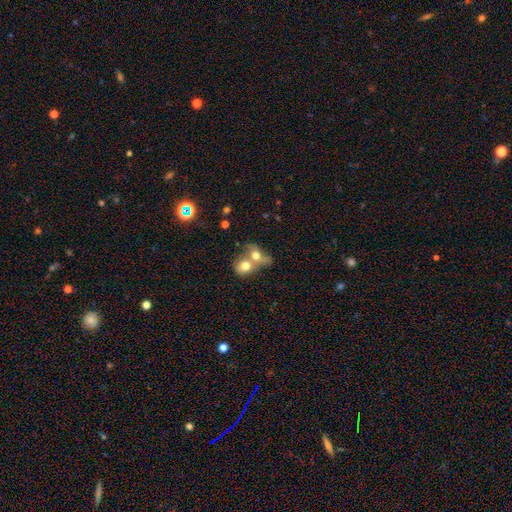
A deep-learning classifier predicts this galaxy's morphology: A smooth galaxy with no disk features (67%) that is round (50%). Merging: merger (76%).